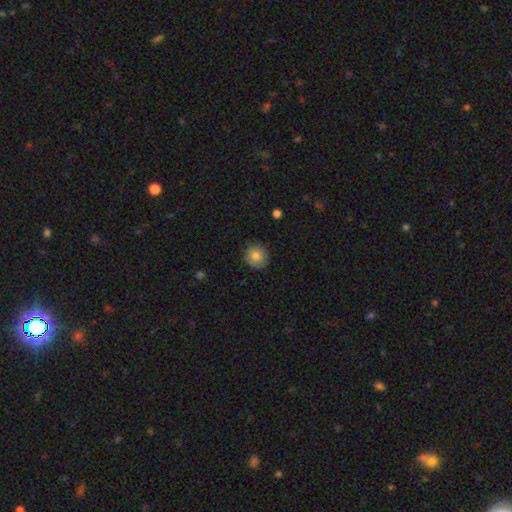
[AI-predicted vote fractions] The model was most divided on "smooth or featured": smooth: 84%, star or artifact: 9%, featured or disk: 7%. More confident: how rounded — round (92%); merging — none (89%).